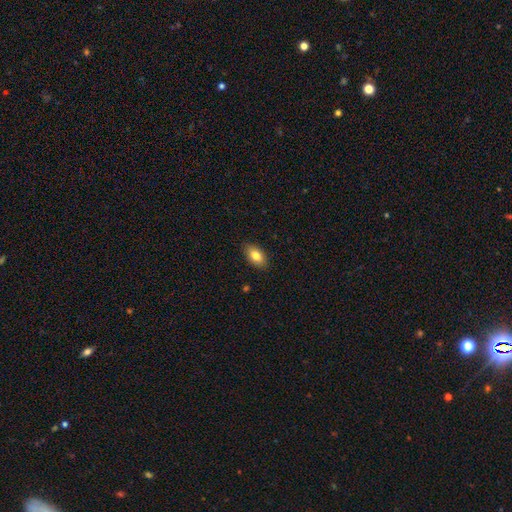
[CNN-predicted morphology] Smooth or featured? smooth (81%)
How rounded? in between (92%)
Merging? none (88%)